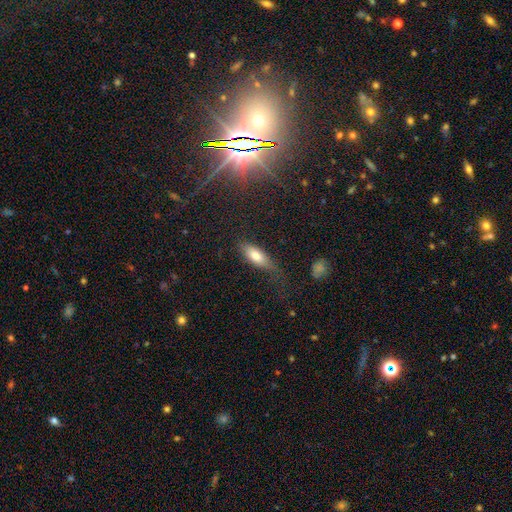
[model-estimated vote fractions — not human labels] The model was most divided on "merging": none: 53%, minor disturbance: 29%, major disturbance: 16%, merger: 3%. More confident: how rounded — in between (77%); smooth or featured — smooth (75%).